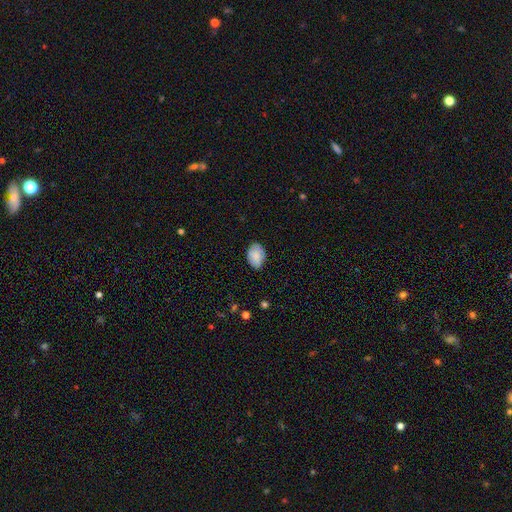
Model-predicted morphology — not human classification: A smooth galaxy with no disk features (84%) that is in between round and cigar-shaped (83%).

Vote fractions:
- Smooth or featured? smooth: 84% / featured or disk: 9% / star or artifact: 7%
- How rounded? in between: 83% / round: 16% / cigar-shaped: 1%
- Merging? none: 76% / minor disturbance: 20% / major disturbance: 3% / merger: 1%